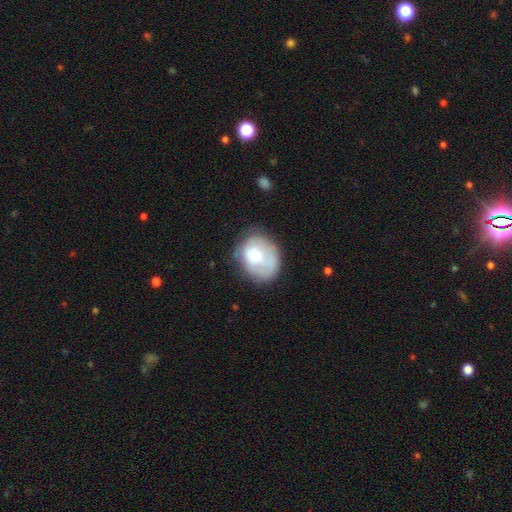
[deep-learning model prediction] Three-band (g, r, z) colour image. It shows a smooth galaxy with no disk features (63%) that is in between round and cigar-shaped (51%). Merging: none (53%).